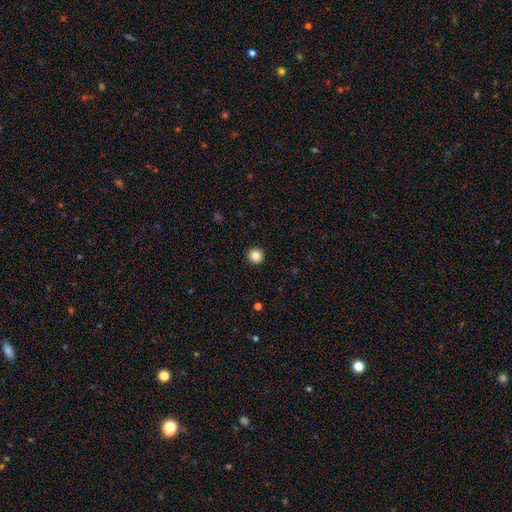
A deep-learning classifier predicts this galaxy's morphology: This appears to be a smooth galaxy with no disk features (87%) that is round (95%). Merging: none (93%).